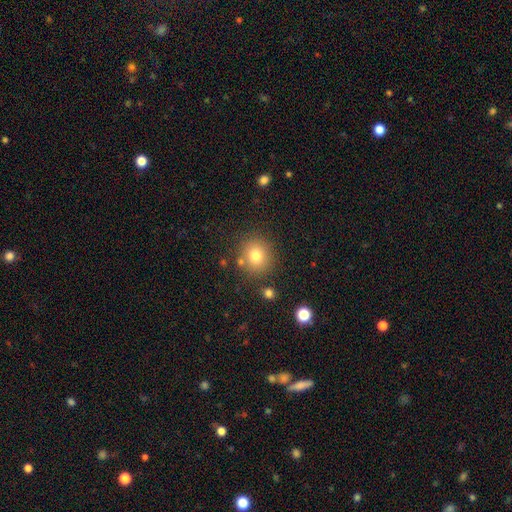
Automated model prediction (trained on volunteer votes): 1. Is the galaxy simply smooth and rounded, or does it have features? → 78% smooth, 12% star or artifact, 10% featured or disk.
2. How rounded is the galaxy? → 86% round, 13% in between, 1% cigar-shaped.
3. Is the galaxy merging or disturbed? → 82% none, 9% minor disturbance, 6% merger, 3% major disturbance.